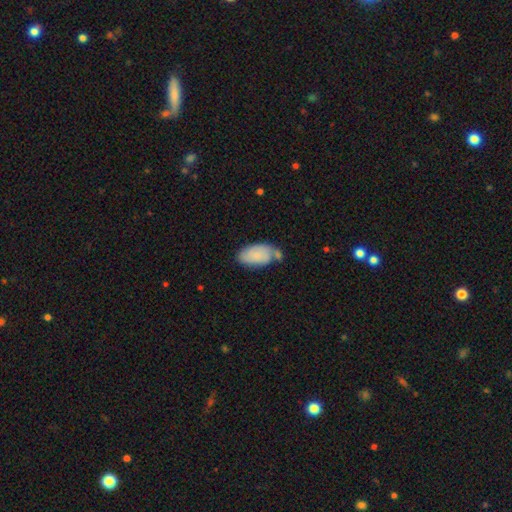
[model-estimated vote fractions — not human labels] Smooth or featured: smooth — 73% (featured or disk — 21%)
How rounded: in between — 94% (round — 3%)
Merging: none — 47% (minor disturbance — 25%)